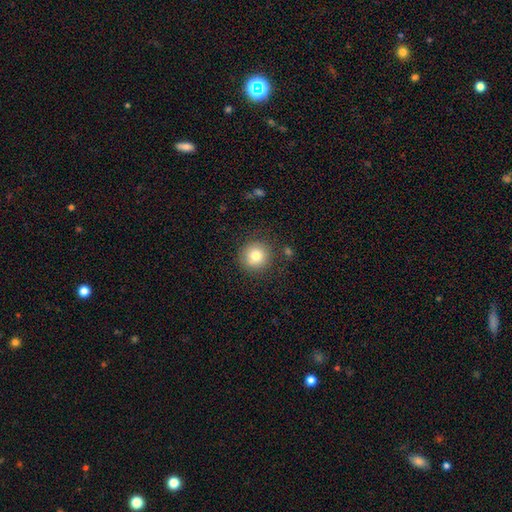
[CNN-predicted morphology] Smooth or featured? smooth (80%)
How rounded? round (94%)
Merging? none (84%)